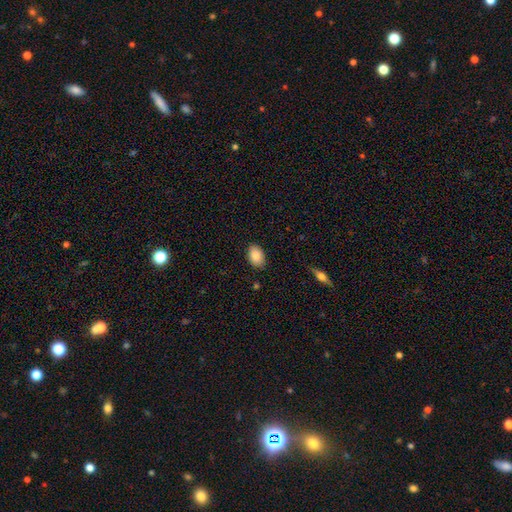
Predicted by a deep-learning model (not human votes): Smooth or featured? smooth (87%)
How rounded? in between (88%)
Merging? none (87%)